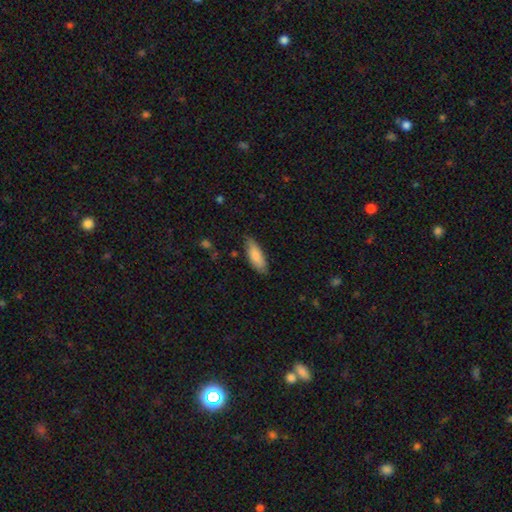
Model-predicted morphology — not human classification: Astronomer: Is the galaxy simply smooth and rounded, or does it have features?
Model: smooth — 85%.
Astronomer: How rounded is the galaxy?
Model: in between — 67%.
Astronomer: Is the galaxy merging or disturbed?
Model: none — 78%.